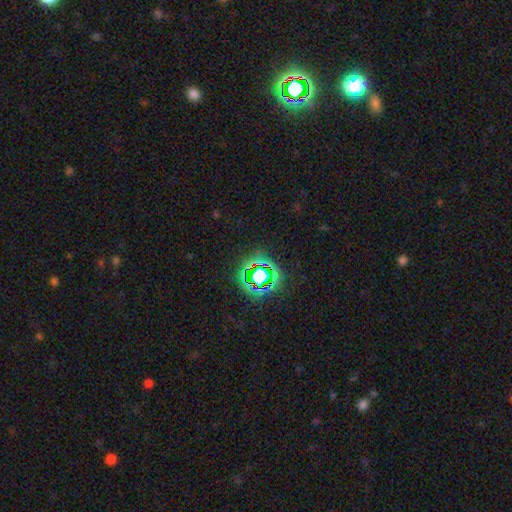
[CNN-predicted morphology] A star or artifact, not a galaxy (78%).